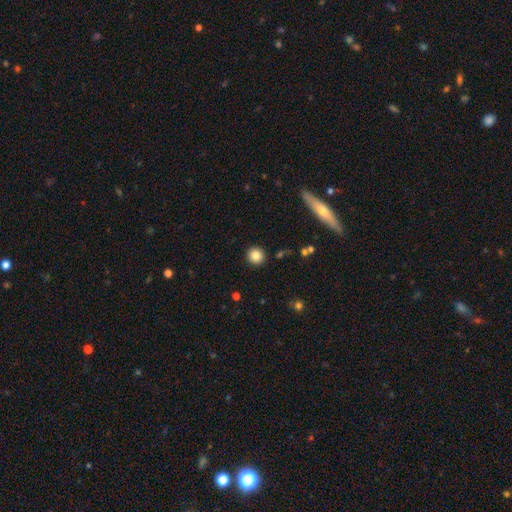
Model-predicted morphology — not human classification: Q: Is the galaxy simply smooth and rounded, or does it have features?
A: smooth — 84%.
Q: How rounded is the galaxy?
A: round — 92%.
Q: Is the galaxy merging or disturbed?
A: none — 91%.